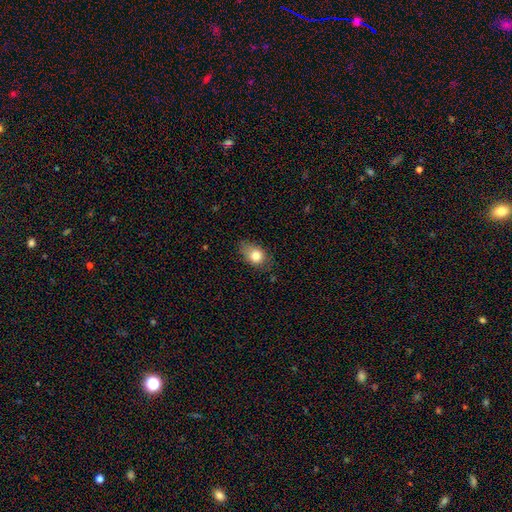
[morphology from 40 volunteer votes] Overall: smooth (85%). How rounded: in between (68%; round 29%). Merging: none (49%; minor disturbance 43%).